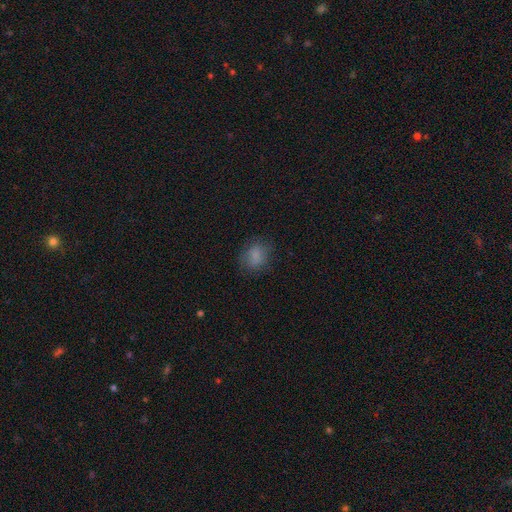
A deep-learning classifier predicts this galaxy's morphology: Smooth or featured?
  - smooth: 78% *
  - featured or disk: 11%
  - star or artifact: 11%
How rounded?
  - round: 50% *
  - in between: 49%
  - cigar-shaped: 1%
Merging?
  - none: 73% *
  - minor disturbance: 19%
  - major disturbance: 8%
  - merger: 1%